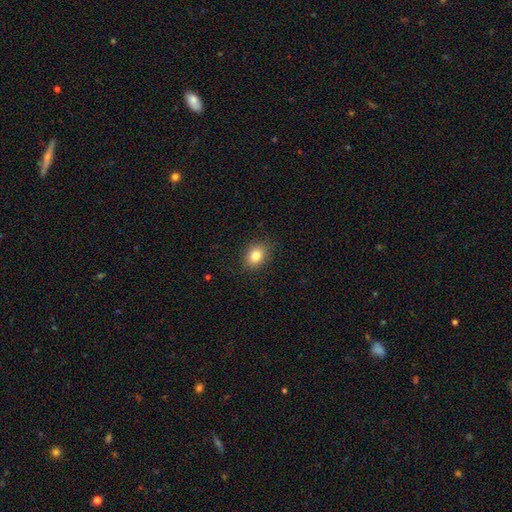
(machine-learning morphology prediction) Smooth or featured: smooth — 82% (star or artifact — 10%)
How rounded: in between — 62% (round — 36%)
Merging: none — 86% (minor disturbance — 11%)